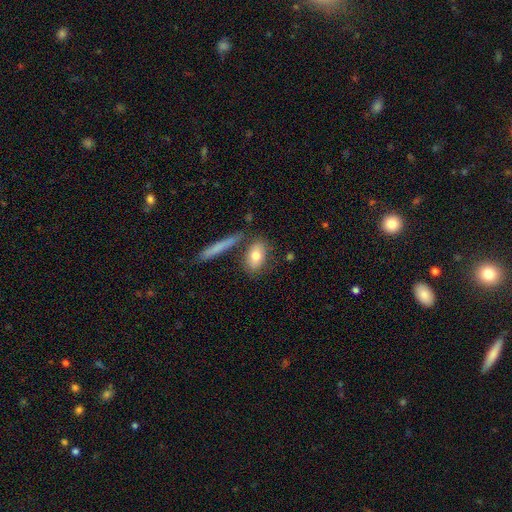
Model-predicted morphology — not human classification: Q: Smooth or featured?
A: smooth (76%); runner-up: featured or disk (18%)
Q: How rounded?
A: in between (79%); runner-up: cigar-shaped (11%)
Q: Merging?
A: none (70%); runner-up: minor disturbance (13%)